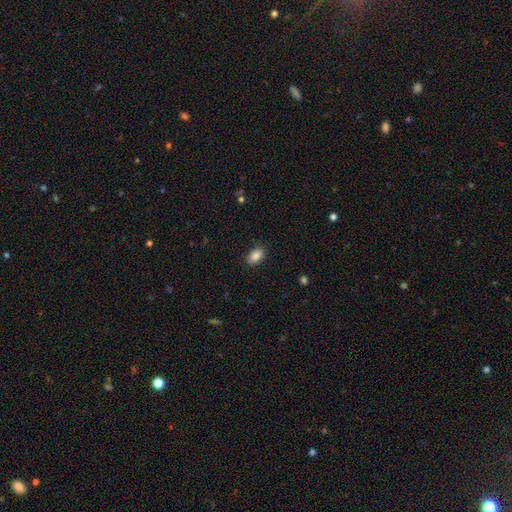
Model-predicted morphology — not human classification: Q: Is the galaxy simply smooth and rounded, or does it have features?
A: smooth — 88%.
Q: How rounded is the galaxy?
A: in between — 91%.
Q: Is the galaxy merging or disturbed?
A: none — 89%.